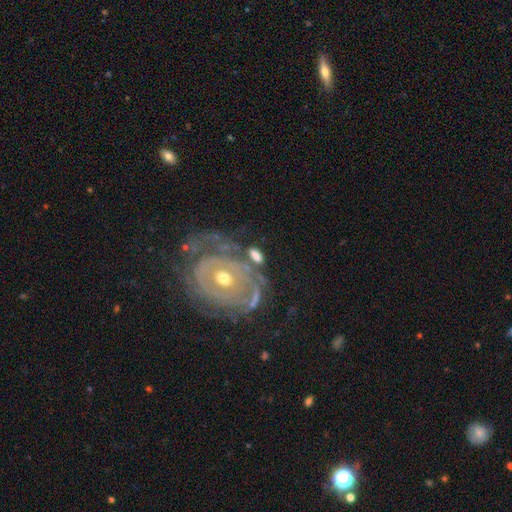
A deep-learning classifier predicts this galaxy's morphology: smooth_or_featured: featured or disk (p=0.52) [alt: smooth p=0.41]
disk_edge_on: no (p=0.89) [alt: yes p=0.11]
merging: none (p=0.57) [alt: minor disturbance p=0.18]